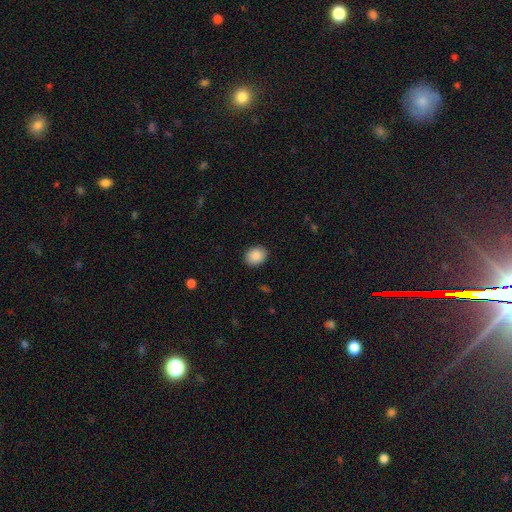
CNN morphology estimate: Smooth or featured: smooth — 89% (star or artifact — 8%)
How rounded: round — 53% (in between — 46%)
Merging: none — 90% (minor disturbance — 7%)